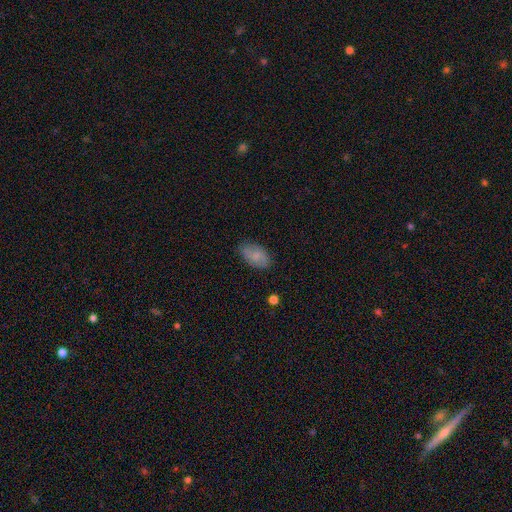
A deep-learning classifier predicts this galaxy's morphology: smooth 77%, featured or disk 16%, star or artifact 7%. Down the decision tree: how rounded — in between (93%); merging — none (83%).